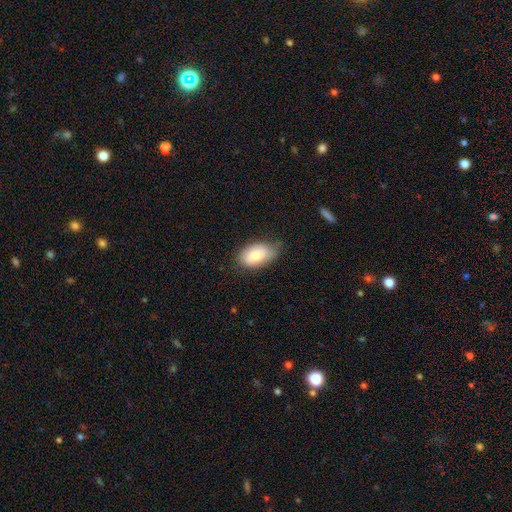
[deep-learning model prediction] Overall: smooth (76%). How rounded: in between (92%). Merging: none (60%; minor disturbance 32%).